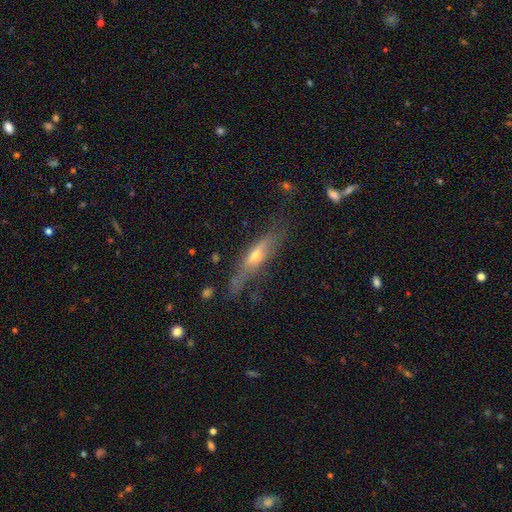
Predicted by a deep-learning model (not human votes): Smooth or featured? featured or disk (57%)
Edge-on disk? yes (82%)
Merging? none (60%)